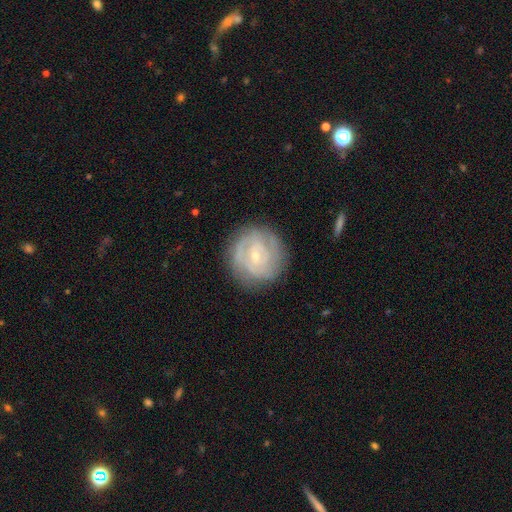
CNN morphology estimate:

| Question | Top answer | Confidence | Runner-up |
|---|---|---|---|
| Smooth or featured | featured or disk | 75% | smooth (19%) |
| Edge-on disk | no | 97% | yes (3%) |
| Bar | no | 59% | weak (32%) |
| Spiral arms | yes | 86% | no (14%) |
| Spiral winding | tight | 73% | medium (21%) |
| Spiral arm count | can't tell | 38% | 2 (32%) |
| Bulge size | small | 78% | moderate (18%) |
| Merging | none | 81% | minor disturbance (13%) |